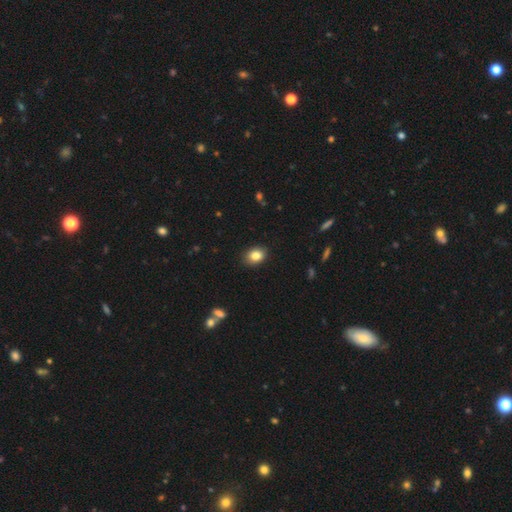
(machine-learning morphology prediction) Smooth or featured?
  - smooth: 85% *
  - star or artifact: 9%
  - featured or disk: 6%
How rounded?
  - in between: 66% *
  - round: 33%
  - cigar-shaped: 1%
Merging?
  - none: 86% *
  - minor disturbance: 11%
  - major disturbance: 2%
  - merger: 1%